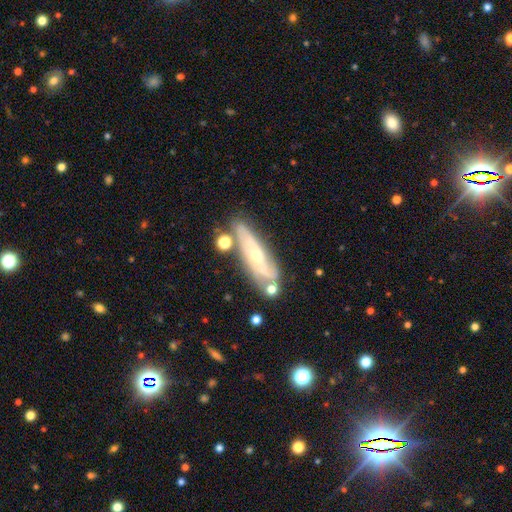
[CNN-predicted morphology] featured or disk 68%, smooth 24%, star or artifact 8%. Down the decision tree: edge-on disk — no (64%); merging — none (63%).